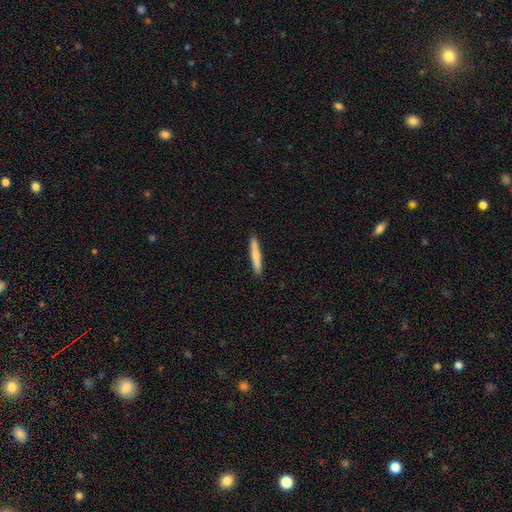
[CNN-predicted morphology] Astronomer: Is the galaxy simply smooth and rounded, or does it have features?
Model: smooth — 73%.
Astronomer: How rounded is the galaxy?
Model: cigar-shaped — 94%.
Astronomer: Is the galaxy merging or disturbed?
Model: none — 90%.